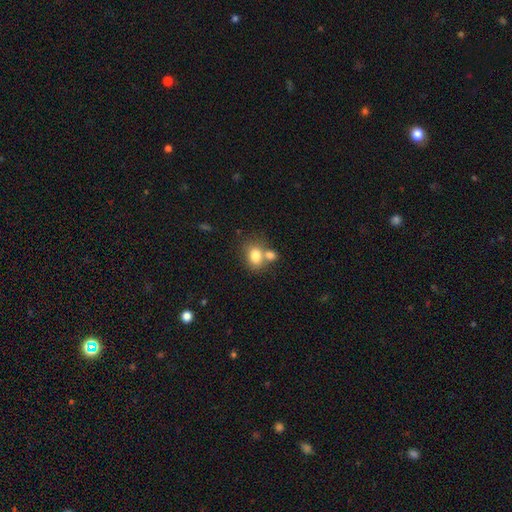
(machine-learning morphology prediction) type=smooth (79%); roundness=in between (63%); merging=merger (43%).